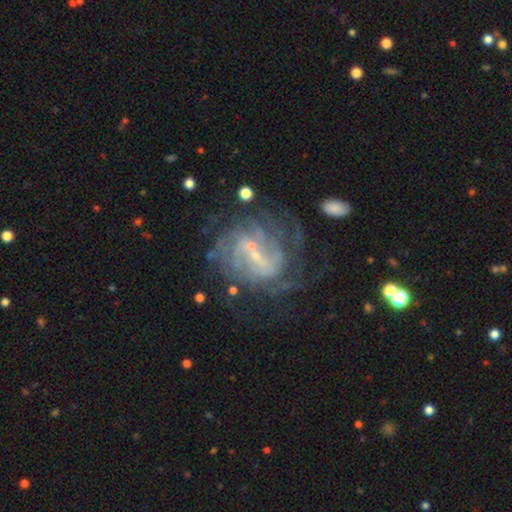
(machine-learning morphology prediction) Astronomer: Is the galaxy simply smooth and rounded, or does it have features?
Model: featured or disk — 84%.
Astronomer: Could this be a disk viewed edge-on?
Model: no — 97%.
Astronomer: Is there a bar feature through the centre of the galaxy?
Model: weak — 45% (runner-up: no, 32%).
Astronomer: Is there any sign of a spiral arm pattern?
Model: yes — 90%.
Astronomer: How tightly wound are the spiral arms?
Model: tight — 55% (runner-up: medium, 33%).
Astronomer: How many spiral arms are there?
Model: can't tell — 39% (runner-up: 4, 18%).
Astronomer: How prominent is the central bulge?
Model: small — 79%.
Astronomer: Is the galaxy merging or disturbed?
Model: none — 57%.